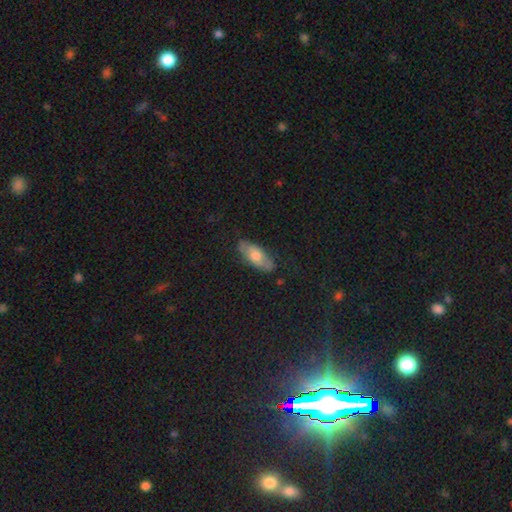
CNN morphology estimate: smooth-or-featured: smooth: 62% | featured or disk: 31% | star or artifact: 7%
  how-rounded: in between: 78% | cigar-shaped: 19% | round: 3%
  merging: none: 82% | minor disturbance: 14% | major disturbance: 3% | merger: 1%